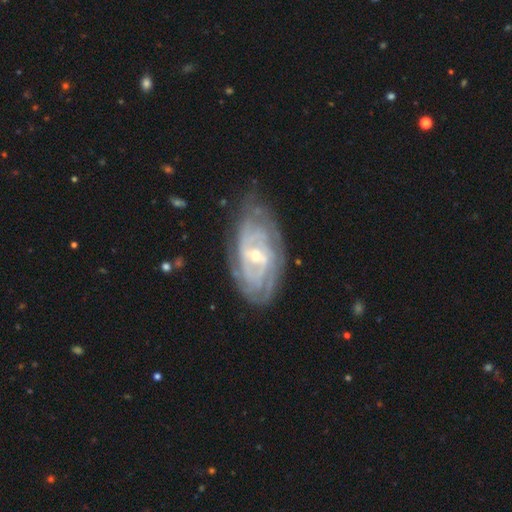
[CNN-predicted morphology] Overall: featured or disk (87%). Edge-on disk: no (95%). Bar: weak (43%; no 40%). Spiral arms: yes (95%). Spiral arm count: can't tell (39%; 2 19%). Spiral winding: tight (75%). Bulge size: small (62%; moderate 35%). Merging: none (72%).